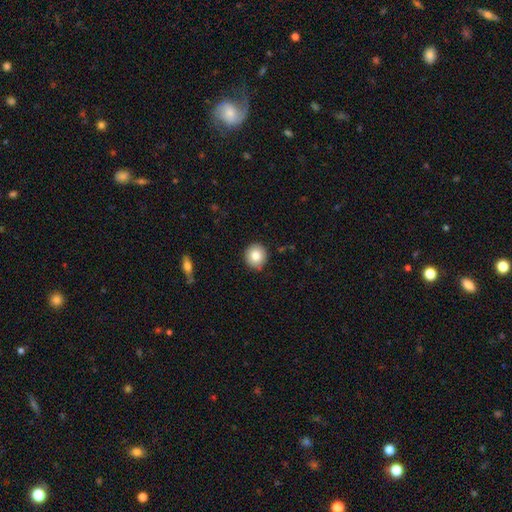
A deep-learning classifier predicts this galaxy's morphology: A smooth galaxy with no disk features (82%) that is round (92%). Merging: none (89%).